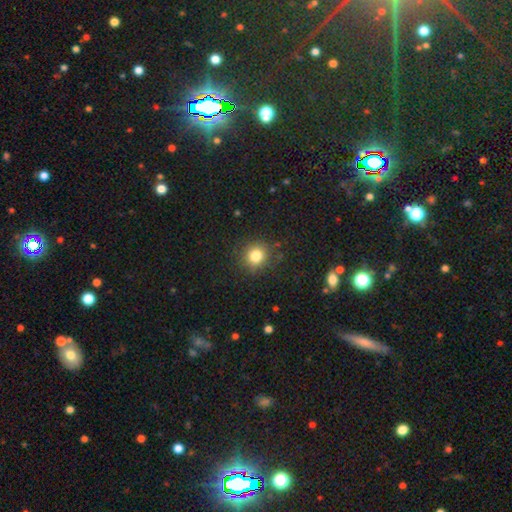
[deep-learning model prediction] A smooth galaxy with no disk features (80%) that is round (89%). Merging: none (86%).